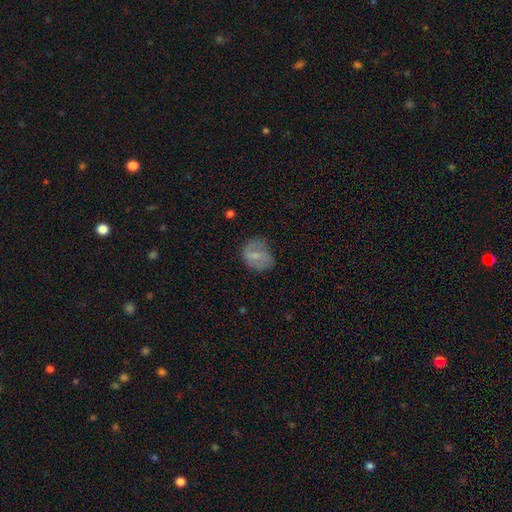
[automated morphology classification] smooth_or_featured: smooth (p=0.54) [alt: featured or disk p=0.38]
how_rounded: round (p=0.58) [alt: in between p=0.40]
merging: none (p=0.52) [alt: minor disturbance p=0.29]